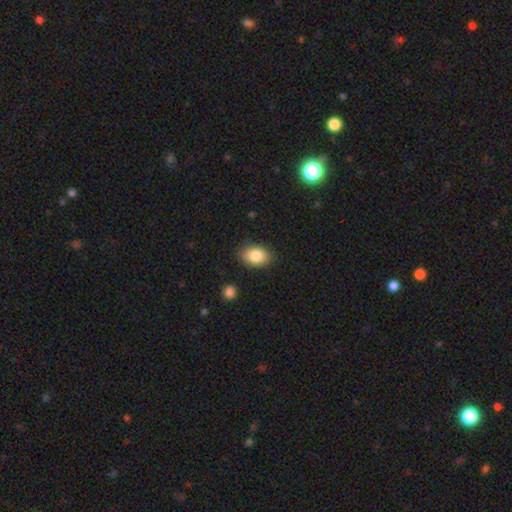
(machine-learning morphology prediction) Q: Smooth or featured?
A: smooth (84%); runner-up: featured or disk (8%)
Q: How rounded?
A: in between (82%); runner-up: round (17%)
Q: Merging?
A: none (85%); runner-up: minor disturbance (11%)